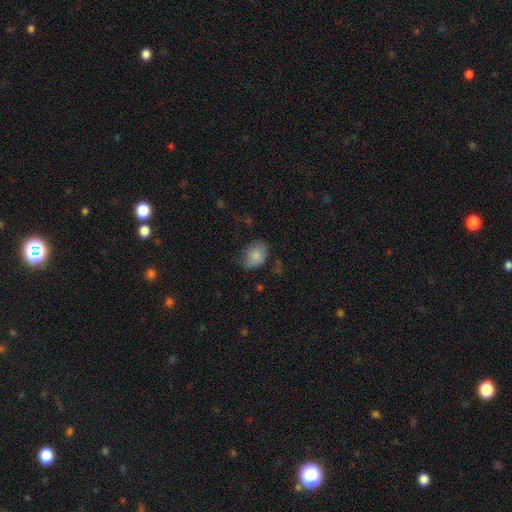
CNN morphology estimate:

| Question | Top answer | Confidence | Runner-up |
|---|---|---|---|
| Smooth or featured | smooth | 81% | featured or disk (11%) |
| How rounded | in between | 68% | round (31%) |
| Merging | none | 60% | minor disturbance (29%) |